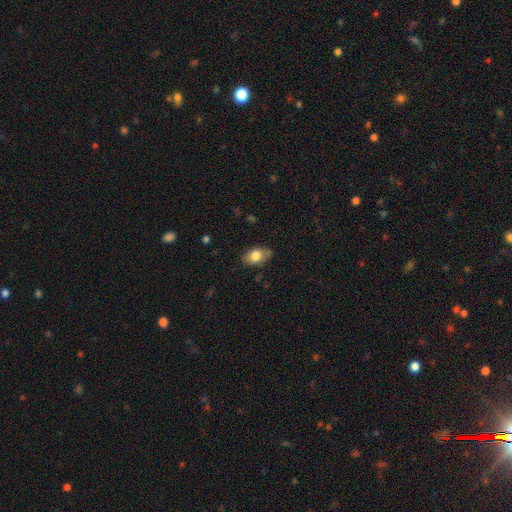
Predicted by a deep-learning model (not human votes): This appears to be a smooth galaxy with no disk features (80%) that is in between round and cigar-shaped (88%). Merging: none (76%).